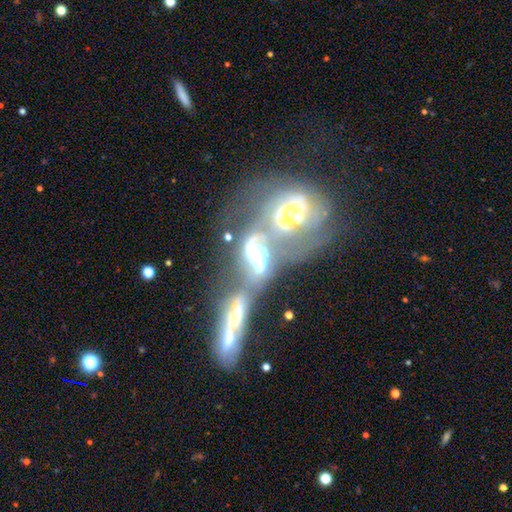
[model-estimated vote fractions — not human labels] Smooth or featured? Predicted: featured or disk (p=0.68). Edge-on disk? Predicted: no (p=0.91). Bar? Predicted: no (p=0.42). Spiral arms? Predicted: yes (p=0.73). Bulge size? Predicted: large (p=0.40). Merging? Predicted: merger (p=0.73).